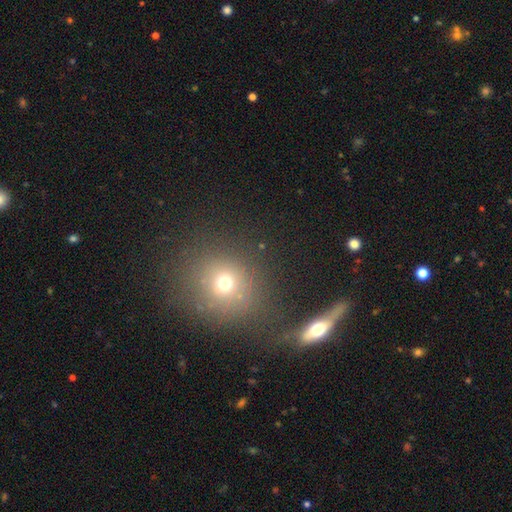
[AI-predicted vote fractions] smooth_or_featured: smooth (p=0.54) [alt: star or artifact p=0.29]
how_rounded: round (p=0.81) [alt: in between p=0.17]
merging: none (p=0.71) [alt: merger p=0.16]